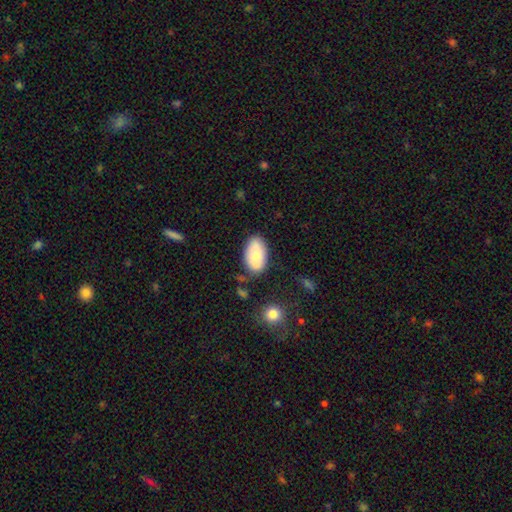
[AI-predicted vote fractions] Morphology: type=smooth (75%); roundness=in between (94%); merging=none (75%).